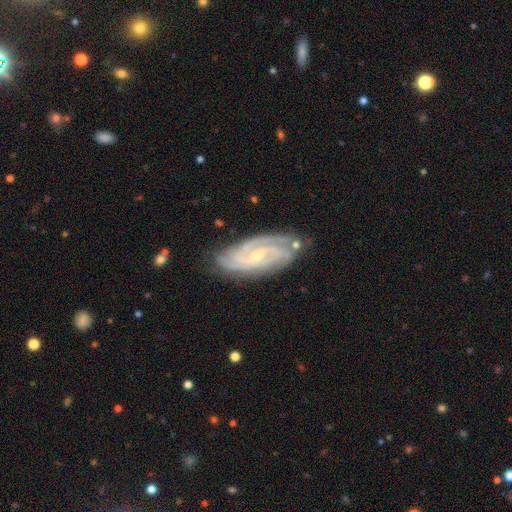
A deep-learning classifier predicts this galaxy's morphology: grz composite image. It shows a featured or disk galaxy (89%) with a weak bar (43%), 3 (33%) tight (68%) spiral arms (98%) and a small central bulge (73%). Merging: none (77%).